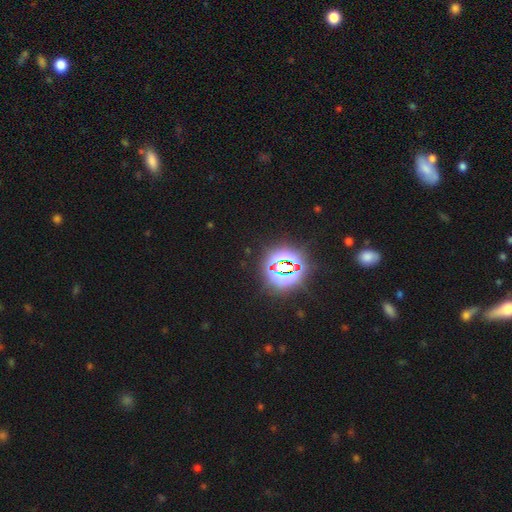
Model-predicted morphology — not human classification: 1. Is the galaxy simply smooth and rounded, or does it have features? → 82% star or artifact, 12% smooth, 6% featured or disk.